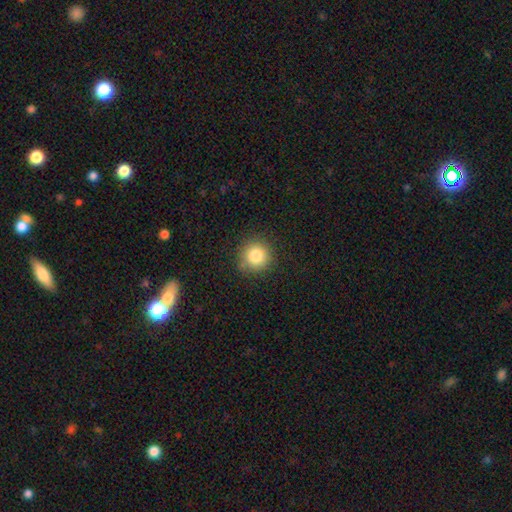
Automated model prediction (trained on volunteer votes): The model was most divided on "smooth or featured": smooth: 82%, star or artifact: 11%, featured or disk: 7%. More confident: how rounded — round (93%); merging — none (85%).